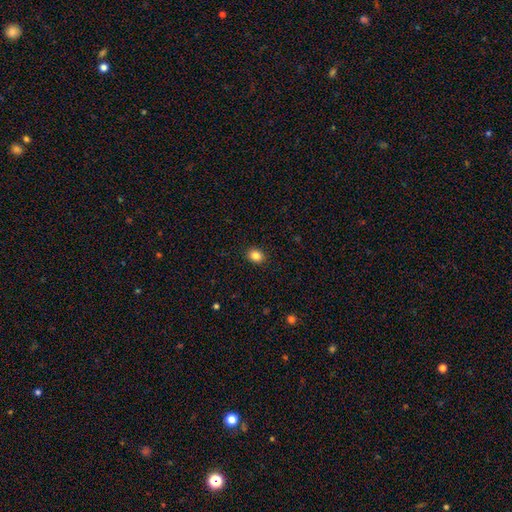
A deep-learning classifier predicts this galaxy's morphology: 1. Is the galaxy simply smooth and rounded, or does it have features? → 85% smooth, 11% star or artifact, 4% featured or disk.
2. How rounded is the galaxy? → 60% round, 39% in between, 1% cigar-shaped.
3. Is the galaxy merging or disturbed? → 91% none, 6% minor disturbance, 2% major disturbance, 1% merger.